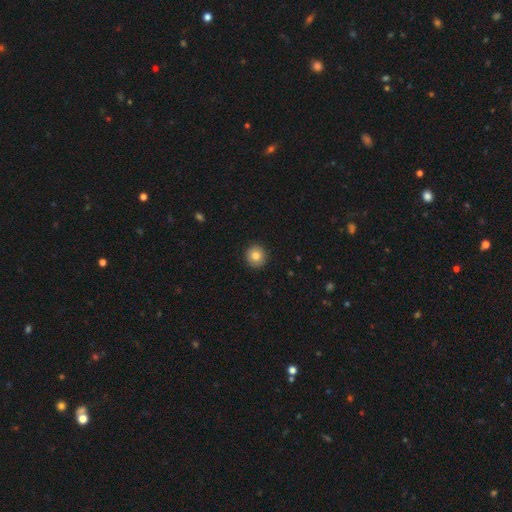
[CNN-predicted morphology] Overall: smooth (83%). How rounded: round (93%). Merging: none (92%).